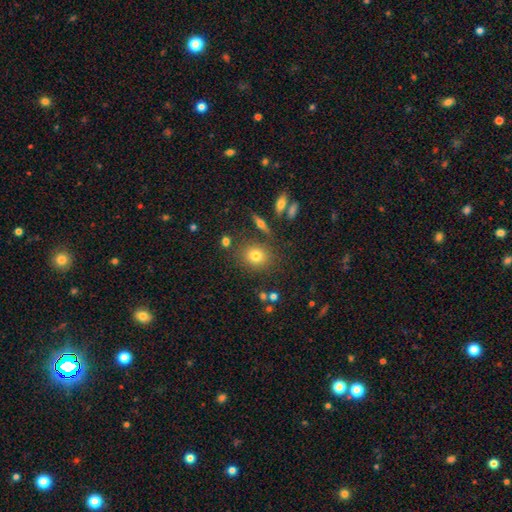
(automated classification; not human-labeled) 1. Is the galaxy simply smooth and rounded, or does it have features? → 75% smooth, 15% star or artifact, 11% featured or disk.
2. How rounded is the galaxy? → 69% round, 29% in between, 2% cigar-shaped.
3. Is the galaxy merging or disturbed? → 80% none, 10% minor disturbance, 5% merger, 4% major disturbance.